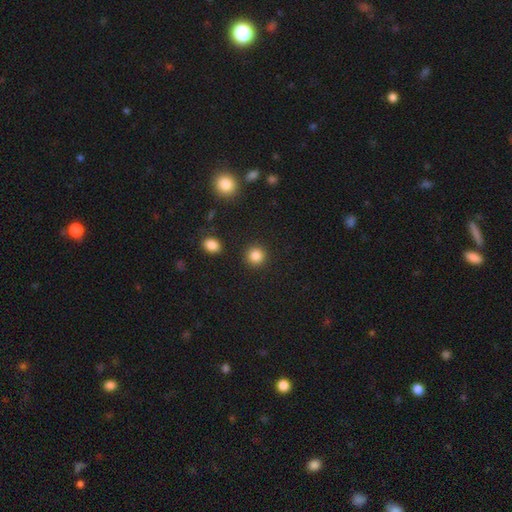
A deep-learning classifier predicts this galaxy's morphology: smooth-or-featured: smooth: 86% | star or artifact: 10% | featured or disk: 4%
  how-rounded: round: 93% | in between: 6% | cigar-shaped: 1%
  merging: none: 91% | minor disturbance: 5% | major disturbance: 2% | merger: 2%